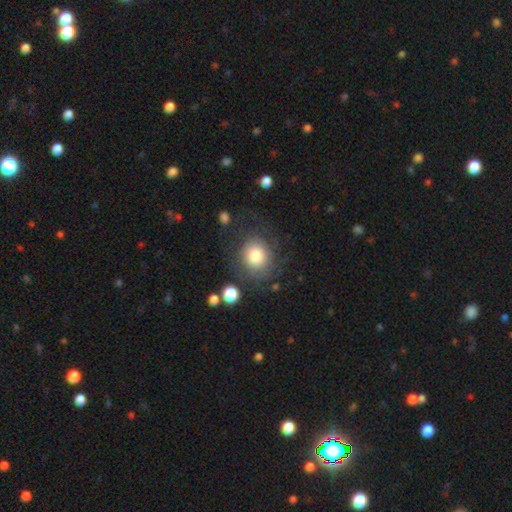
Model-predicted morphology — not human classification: This is likely a smooth galaxy (71%). How rounded: likely round (77%). Merging: likely none (69%).